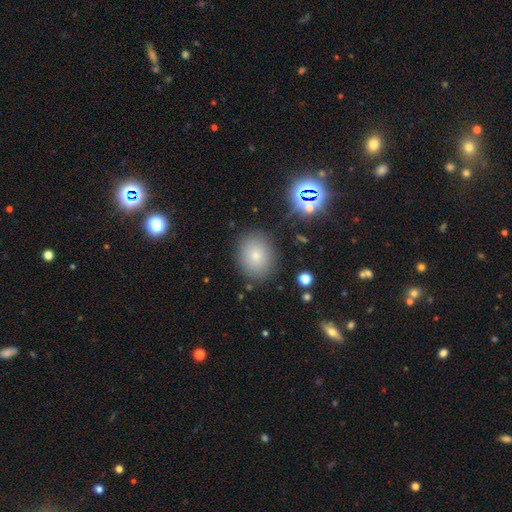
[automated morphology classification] A smooth galaxy with no disk features (78%) that is round (58%). Merging: none (85%).